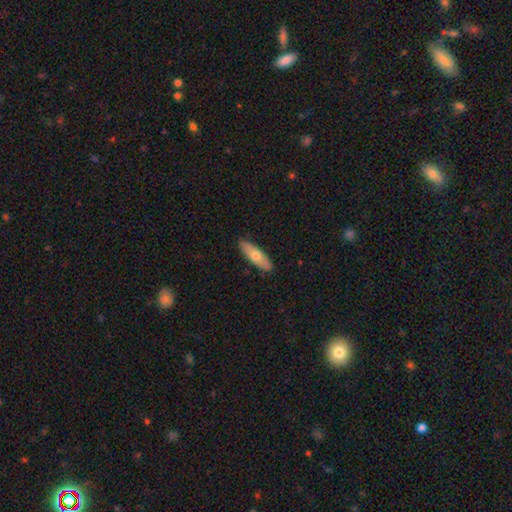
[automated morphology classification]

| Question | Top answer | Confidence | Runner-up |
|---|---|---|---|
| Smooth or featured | smooth | 62% | featured or disk (32%) |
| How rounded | cigar-shaped | 52% | in between (45%) |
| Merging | none | 90% | minor disturbance (8%) |